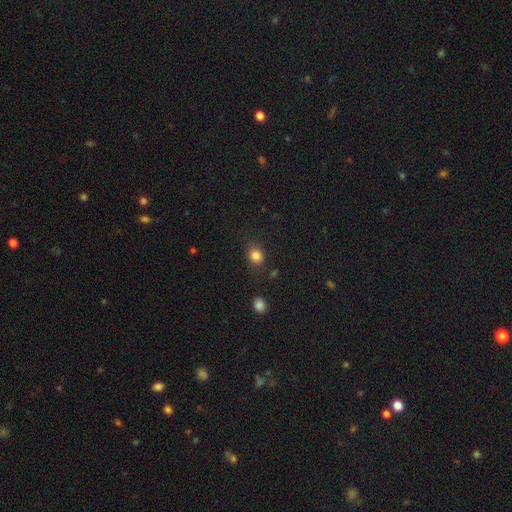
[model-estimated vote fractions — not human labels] Smooth or featured: smooth — 83% (star or artifact — 12%)
How rounded: round — 64% (in between — 35%)
Merging: none — 79% (minor disturbance — 14%)